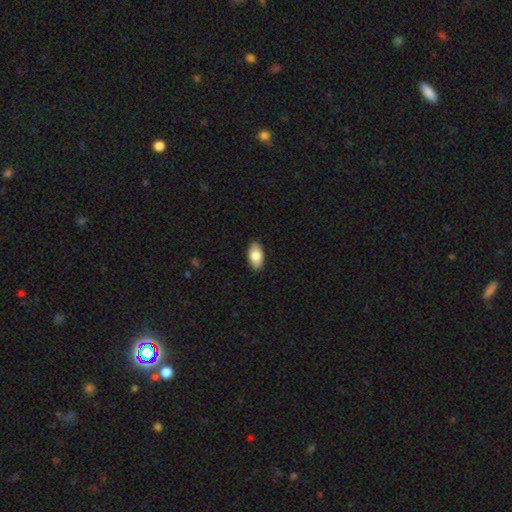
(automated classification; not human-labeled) Smooth or featured? smooth (83%)
How rounded? in between (94%)
Merging? none (89%)